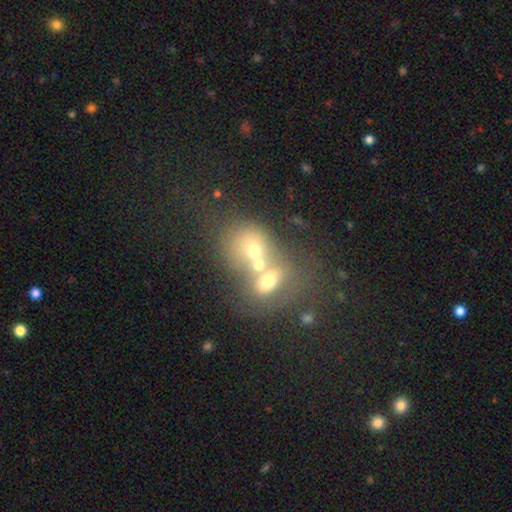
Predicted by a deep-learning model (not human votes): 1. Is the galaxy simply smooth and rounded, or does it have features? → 53% smooth, 31% featured or disk, 16% star or artifact.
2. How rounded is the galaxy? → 50% in between, 49% round, 2% cigar-shaped.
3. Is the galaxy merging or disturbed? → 71% merger, 18% none, 6% minor disturbance, 5% major disturbance.